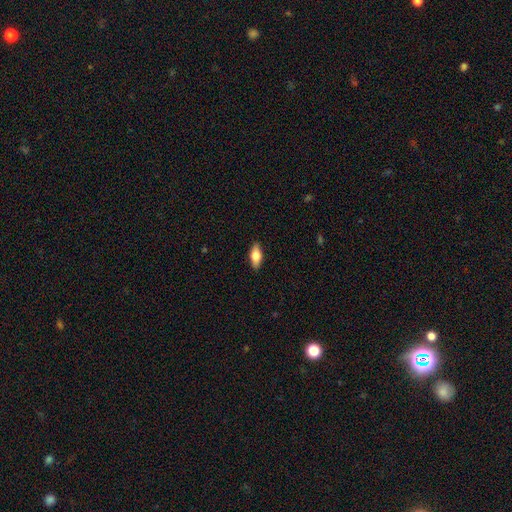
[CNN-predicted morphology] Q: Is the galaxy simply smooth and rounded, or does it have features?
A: smooth — 64%.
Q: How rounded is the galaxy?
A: in between — 77%.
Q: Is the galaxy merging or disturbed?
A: none — 88%.